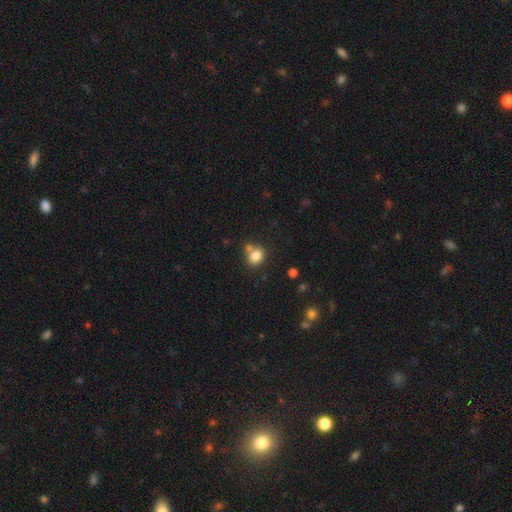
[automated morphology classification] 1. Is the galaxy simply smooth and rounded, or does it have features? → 81% smooth, 11% star or artifact, 8% featured or disk.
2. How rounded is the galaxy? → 65% round, 35% in between, 1% cigar-shaped.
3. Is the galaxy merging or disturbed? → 60% none, 24% merger, 12% minor disturbance, 4% major disturbance.